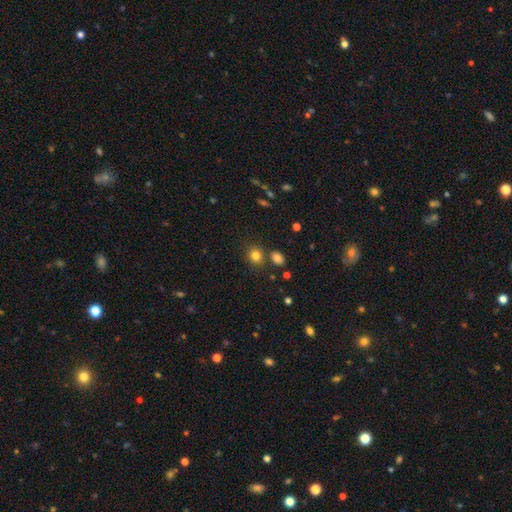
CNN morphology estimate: smooth-or-featured: smooth: 81% | star or artifact: 13% | featured or disk: 6%
  how-rounded: round: 70% | in between: 29% | cigar-shaped: 1%
  merging: none: 74% | merger: 13% | minor disturbance: 10% | major disturbance: 3%